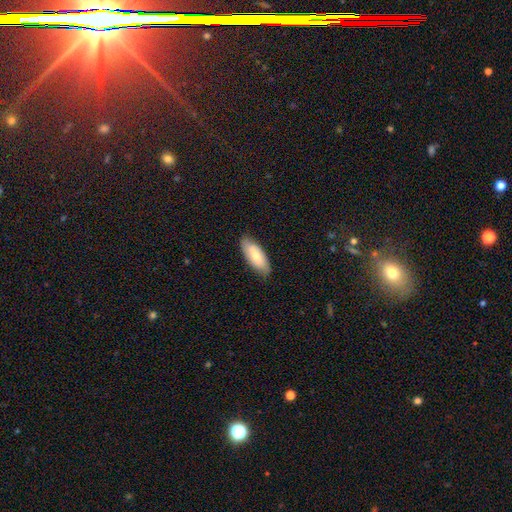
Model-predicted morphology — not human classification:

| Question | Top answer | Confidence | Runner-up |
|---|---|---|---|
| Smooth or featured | smooth | 65% | featured or disk (30%) |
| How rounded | in between | 79% | cigar-shaped (19%) |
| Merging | none | 83% | minor disturbance (13%) |